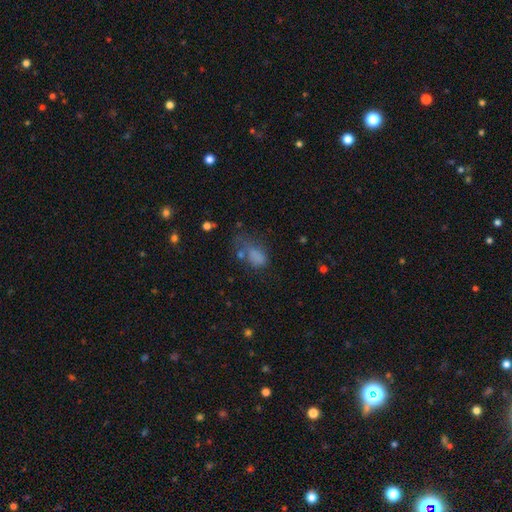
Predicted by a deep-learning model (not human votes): Smooth or featured? smooth (69%)
How rounded? in between (85%)
Merging? major disturbance (38%)